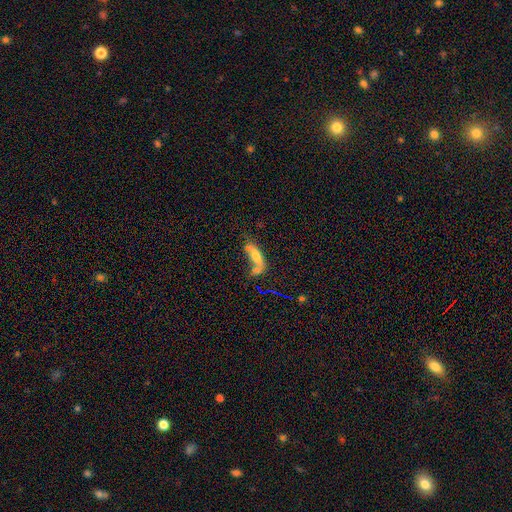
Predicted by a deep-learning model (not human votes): A smooth galaxy with no disk features (58%) that is in between round and cigar-shaped (61%).

Vote fractions:
- Smooth or featured? smooth: 58% / featured or disk: 32% / star or artifact: 10%
- How rounded? in between: 61% / cigar-shaped: 35% / round: 4%
- Merging? merger: 48% / none: 26% / minor disturbance: 14% / major disturbance: 12%